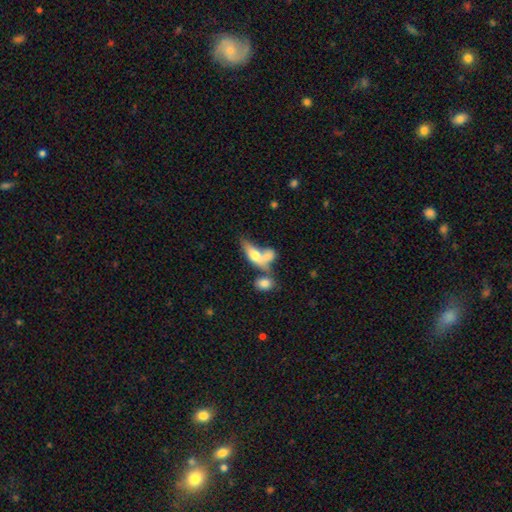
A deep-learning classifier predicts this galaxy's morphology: A smooth galaxy with no disk features (59%) that is in between round and cigar-shaped (64%).

Vote fractions:
- Smooth or featured? smooth: 59% / featured or disk: 33% / star or artifact: 9%
- How rounded? in between: 64% / cigar-shaped: 30% / round: 6%
- Merging? merger: 52% / none: 25% / minor disturbance: 12% / major disturbance: 11%